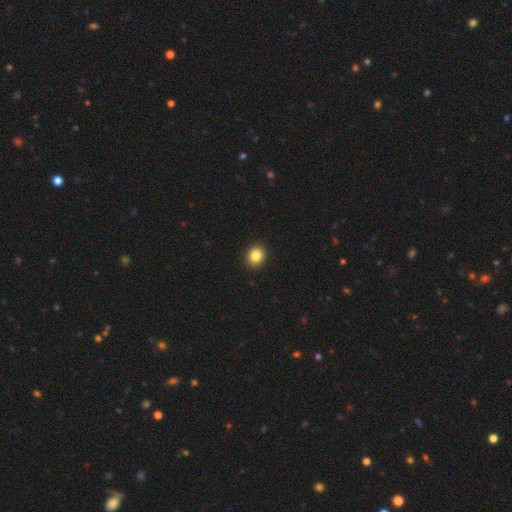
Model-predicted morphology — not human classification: A smooth galaxy with no disk features (85%) that is round (69%). Merging: none (92%).